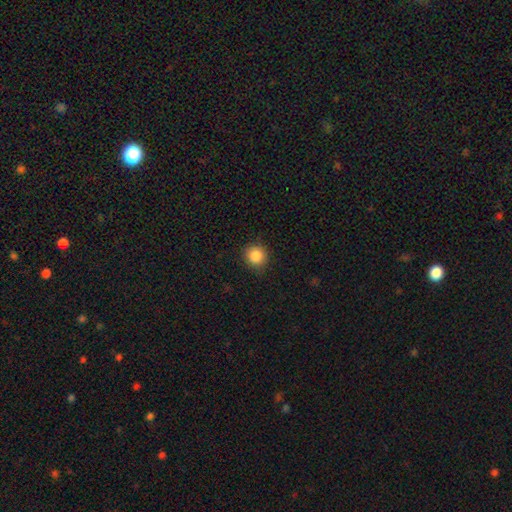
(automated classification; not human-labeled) smooth-or-featured: smooth: 87% | star or artifact: 10% | featured or disk: 3%
  how-rounded: round: 91% | in between: 8% | cigar-shaped: 1%
  merging: none: 89% | minor disturbance: 8% | major disturbance: 2% | merger: 1%